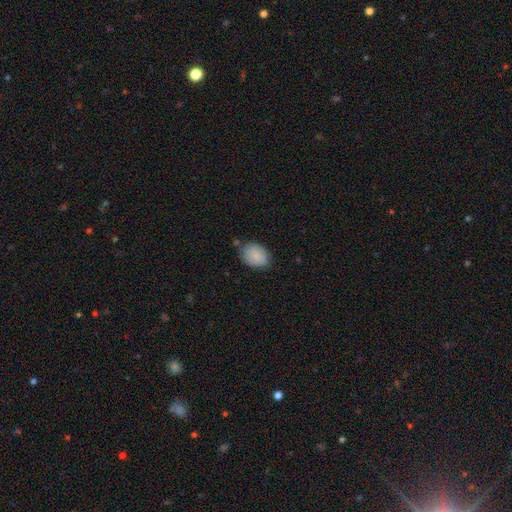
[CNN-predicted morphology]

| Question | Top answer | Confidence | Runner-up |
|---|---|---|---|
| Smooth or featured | smooth | 88% | star or artifact (7%) |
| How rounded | in between | 74% | round (25%) |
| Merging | none | 72% | minor disturbance (20%) |